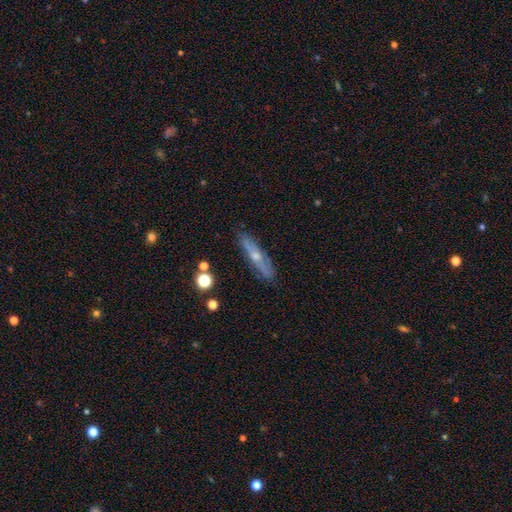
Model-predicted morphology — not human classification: This is possibly a featured or disk galaxy (60%). It is clearly viewed edge-on (82%). Merging: clearly none (85%).